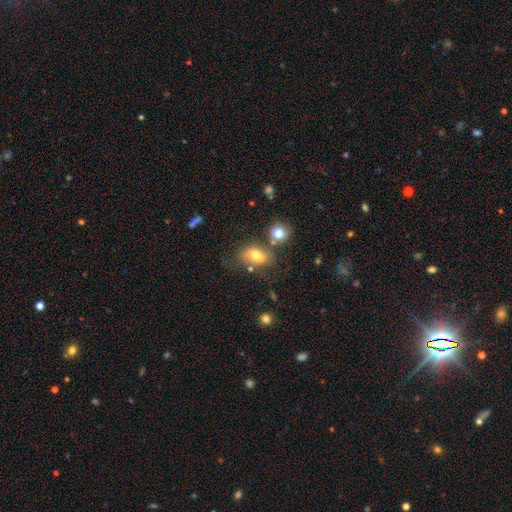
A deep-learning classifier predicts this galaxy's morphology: Smooth or featured? Predicted: smooth (p=0.70). How rounded? Predicted: in between (p=0.77). Merging? Predicted: none (p=0.57).